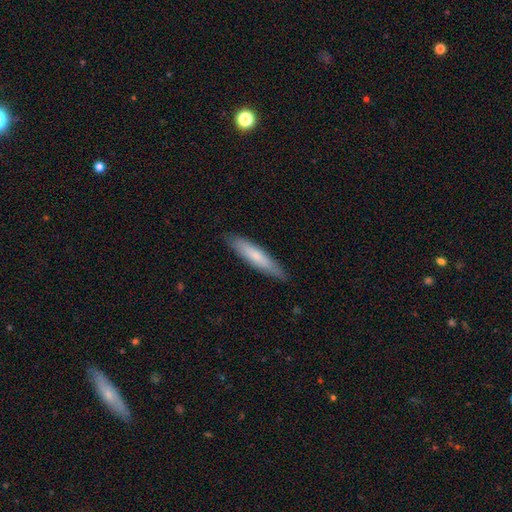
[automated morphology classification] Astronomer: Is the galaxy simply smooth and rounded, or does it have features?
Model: smooth — 68%.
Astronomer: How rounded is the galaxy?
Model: cigar-shaped — 85%.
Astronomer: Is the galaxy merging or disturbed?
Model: none — 86%.